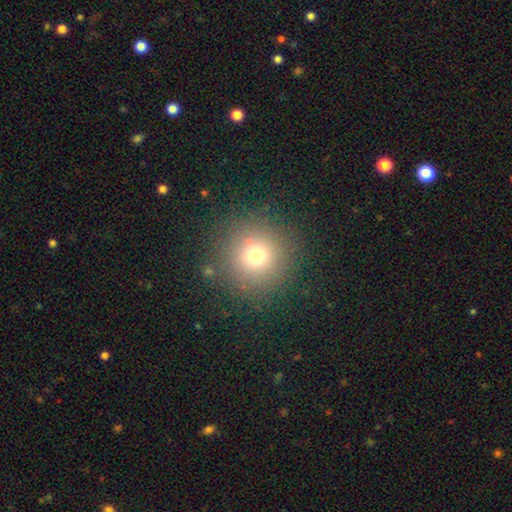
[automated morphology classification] Smooth or featured?
  - smooth: 71% *
  - star or artifact: 18%
  - featured or disk: 11%
How rounded?
  - round: 95% *
  - in between: 4%
  - cigar-shaped: 1%
Merging?
  - none: 86% *
  - minor disturbance: 8%
  - major disturbance: 4%
  - merger: 3%